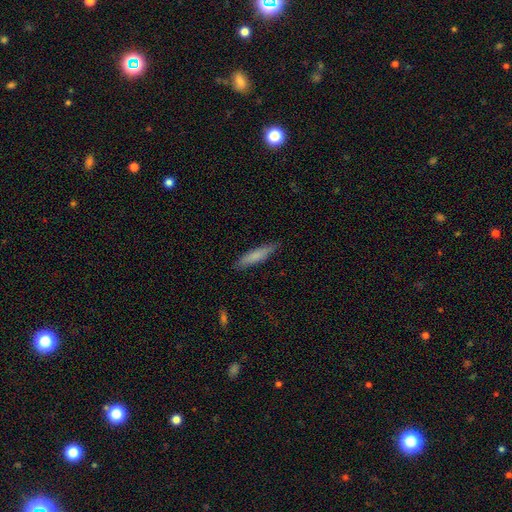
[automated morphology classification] smooth 76%, featured or disk 18%, star or artifact 6%. Down the decision tree: how rounded — cigar-shaped (86%); merging — none (86%).